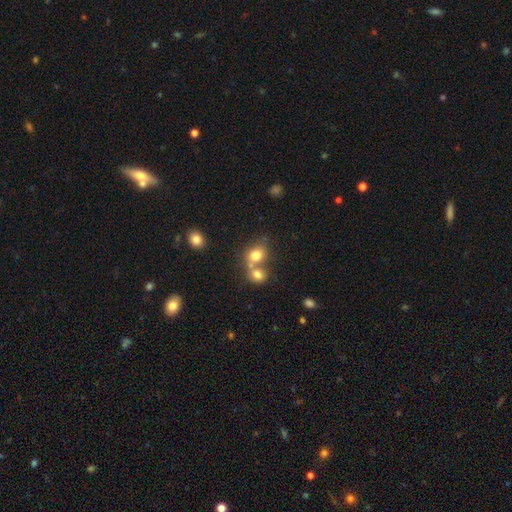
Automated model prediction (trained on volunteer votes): Q: Smooth or featured?
A: smooth (76%); runner-up: featured or disk (12%)
Q: How rounded?
A: round (59%); runner-up: in between (40%)
Q: Merging?
A: merger (52%); runner-up: none (36%)